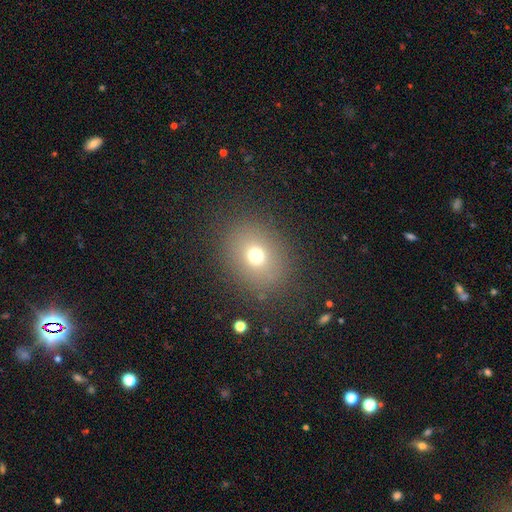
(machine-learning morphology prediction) Smooth or featured? Predicted: smooth (p=0.69). How rounded? Predicted: round (p=0.59). Merging? Predicted: none (p=0.84).